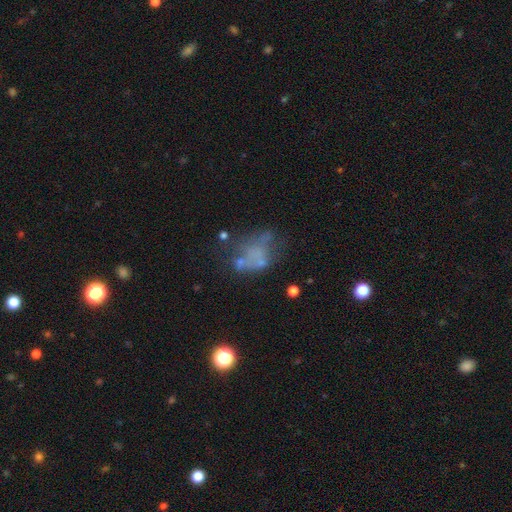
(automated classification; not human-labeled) Q: Smooth or featured?
A: featured or disk (45%); runner-up: smooth (35%)
Q: Merging?
A: none (38%); runner-up: major disturbance (27%)